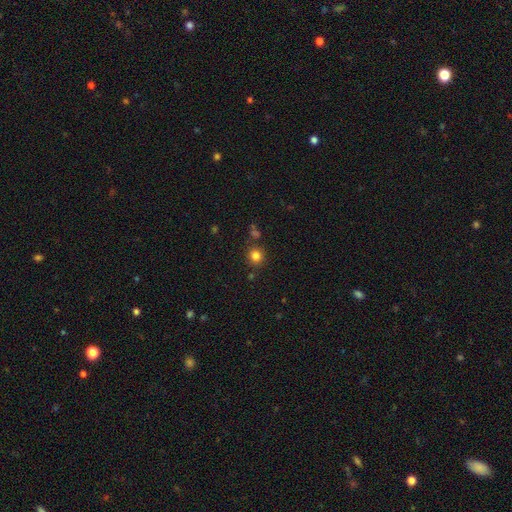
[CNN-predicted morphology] This is clearly a smooth galaxy (81%). How rounded: clearly round (88%). Merging: clearly none (84%).